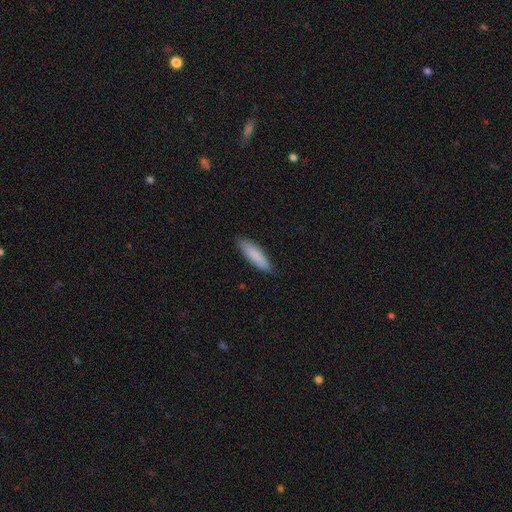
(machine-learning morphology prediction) smooth_or_featured: smooth (p=0.86) [alt: featured or disk p=0.08]
how_rounded: cigar-shaped (p=0.68) [alt: in between p=0.31]
merging: none (p=0.88) [alt: minor disturbance p=0.10]